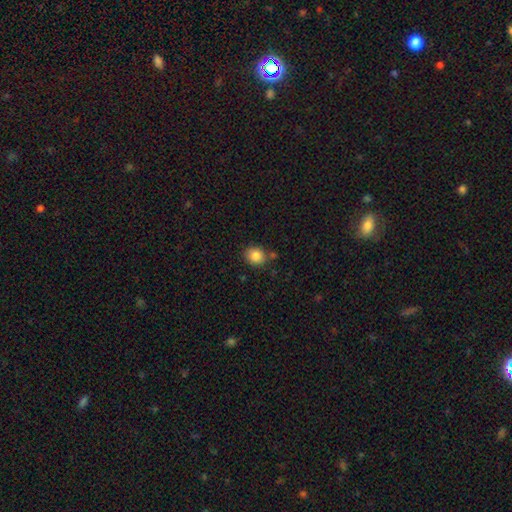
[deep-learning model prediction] smooth_or_featured: smooth (p=0.84) [alt: star or artifact p=0.10]
how_rounded: round (p=0.69) [alt: in between p=0.31]
merging: none (p=0.78) [alt: minor disturbance p=0.12]